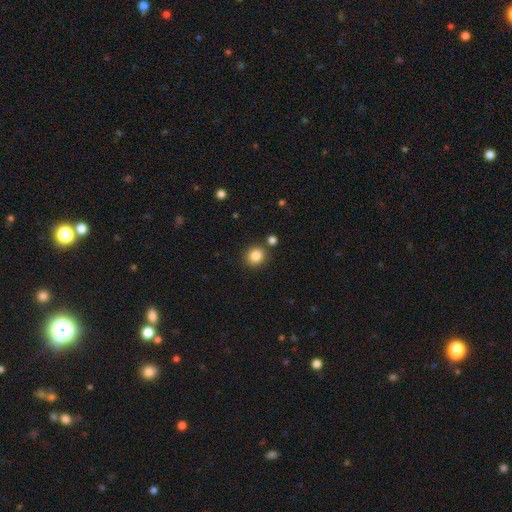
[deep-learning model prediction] Overall: smooth (84%). How rounded: round (85%). Merging: none (84%).